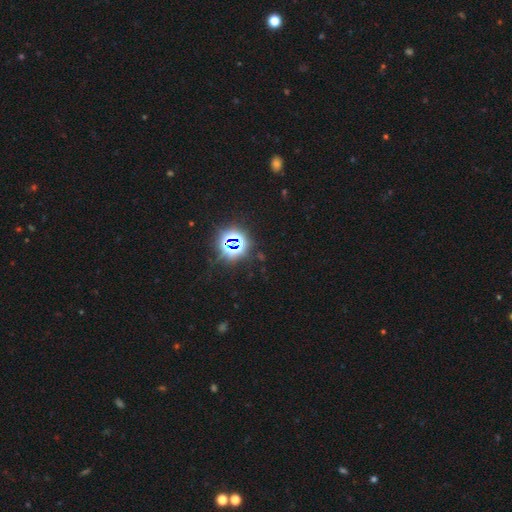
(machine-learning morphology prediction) This is clearly a star or artifact rather than a galaxy (82%).